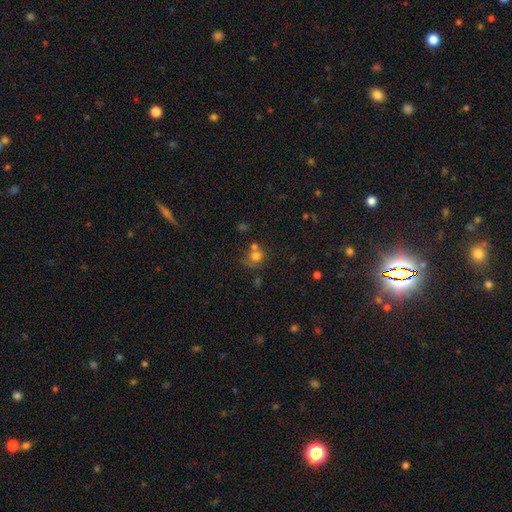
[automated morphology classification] Smooth or featured: smooth — 73% (star or artifact — 15%)
How rounded: round — 79% (in between — 20%)
Merging: none — 44% (merger — 36%)